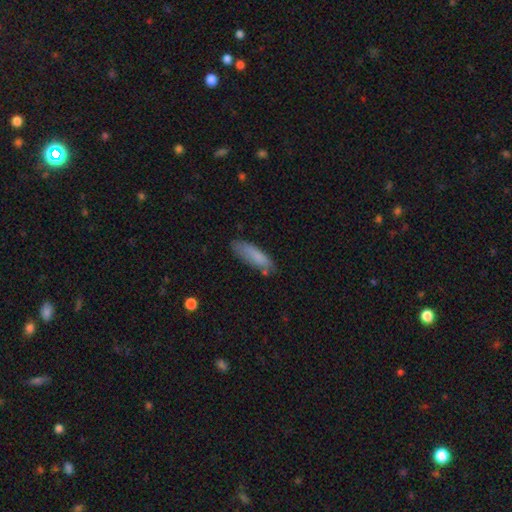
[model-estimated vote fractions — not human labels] This appears to be a smooth galaxy with no disk features (80%) that is cigar-shaped (56%). Merging: none (68%).